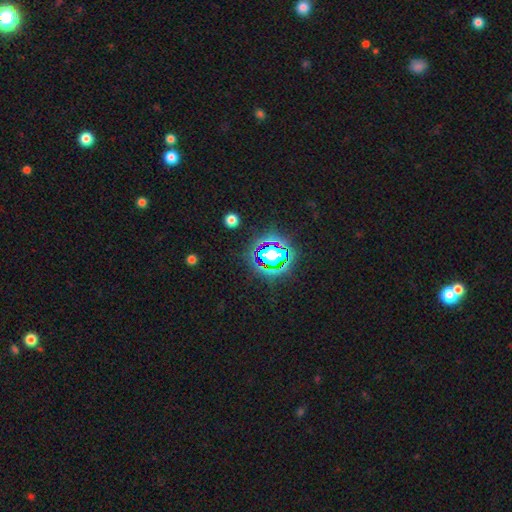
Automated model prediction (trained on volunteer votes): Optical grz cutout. It shows a star or artifact, not a galaxy (82%).